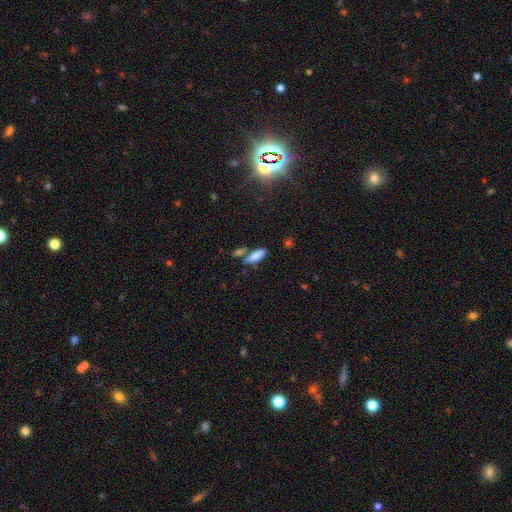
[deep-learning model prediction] This appears to be a smooth galaxy with no disk features (80%) that is in between round and cigar-shaped (59%). Merging: none (54%).